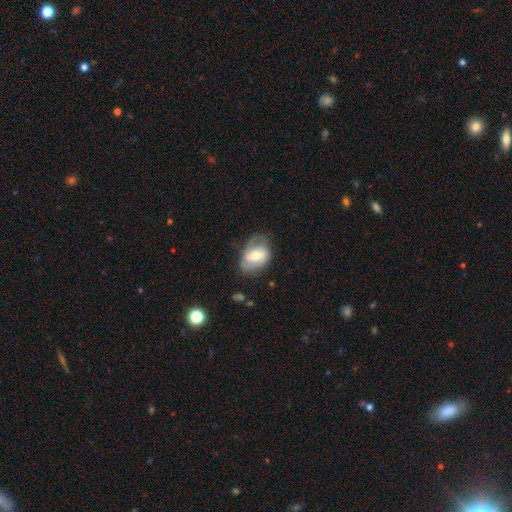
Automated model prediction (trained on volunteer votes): Smooth or featured: featured or disk — 64% (smooth — 29%)
Edge-on disk: no — 95% (yes — 5%)
Bar: weak — 42% (strong — 32%)
Spiral arms: yes — 77% (no — 23%)
Bulge size: moderate — 59% (small — 32%)
Merging: none — 60% (minor disturbance — 25%)